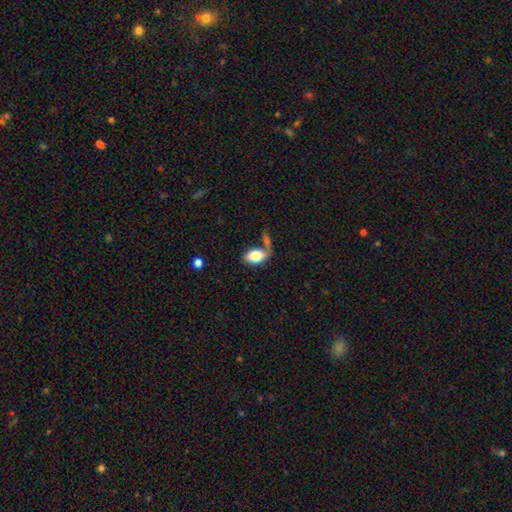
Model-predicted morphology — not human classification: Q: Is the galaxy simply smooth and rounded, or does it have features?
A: smooth — 76%.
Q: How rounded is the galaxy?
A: in between — 91%.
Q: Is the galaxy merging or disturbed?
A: none — 36%.